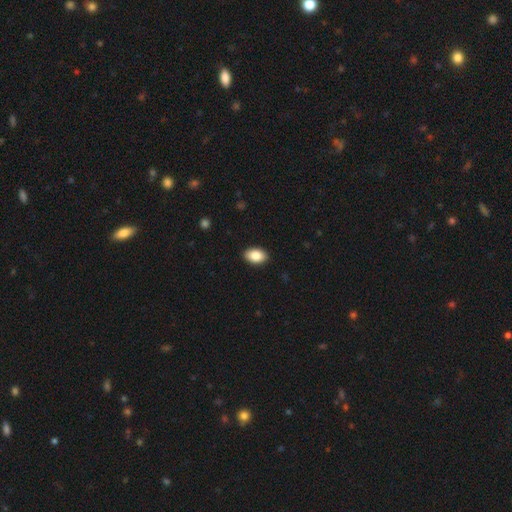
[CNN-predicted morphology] smooth-or-featured: smooth: 85% | featured or disk: 8% | star or artifact: 7%
  how-rounded: in between: 91% | round: 8% | cigar-shaped: 1%
  merging: none: 90% | minor disturbance: 7% | major disturbance: 2% | merger: 1%